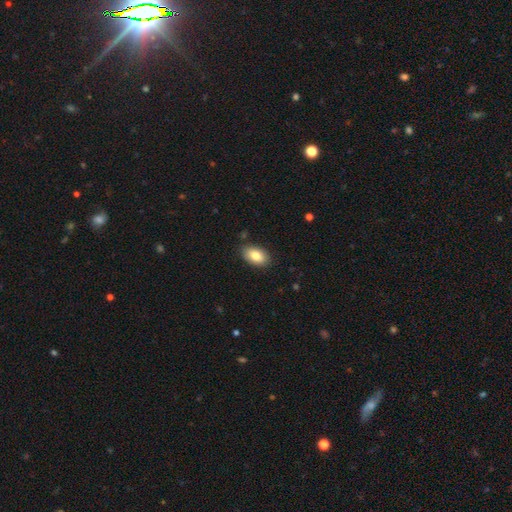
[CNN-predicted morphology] smooth 83%, featured or disk 10%, star or artifact 7%. Down the decision tree: how rounded — in between (92%); merging — none (86%).